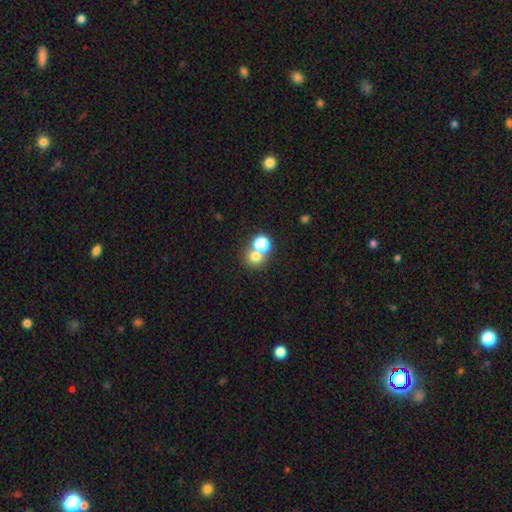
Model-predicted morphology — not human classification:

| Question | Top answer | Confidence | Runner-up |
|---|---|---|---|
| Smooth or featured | smooth | 70% | star or artifact (20%) |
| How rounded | round | 85% | in between (14%) |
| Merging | none | 53% | merger (37%) |